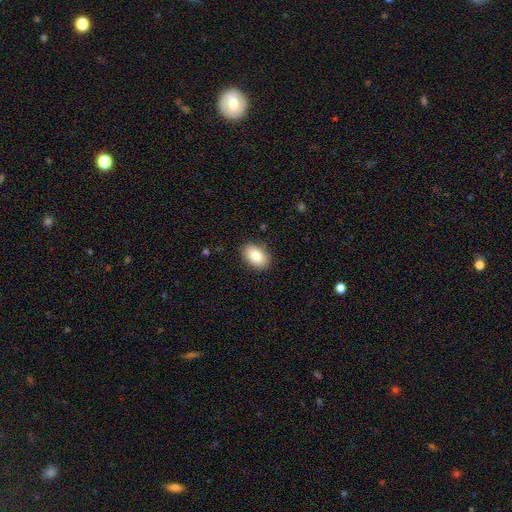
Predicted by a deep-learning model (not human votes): Smooth or featured: smooth — 85% (featured or disk — 8%)
How rounded: in between — 88% (round — 10%)
Merging: none — 87% (minor disturbance — 9%)